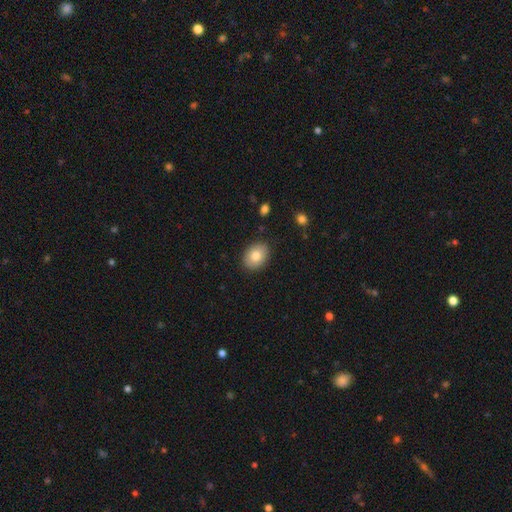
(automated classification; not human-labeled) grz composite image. It shows a smooth galaxy with no disk features (82%) that is in between round and cigar-shaped (70%). Merging: none (88%).